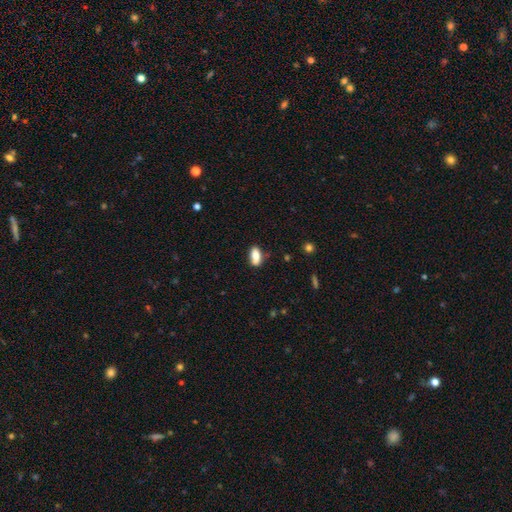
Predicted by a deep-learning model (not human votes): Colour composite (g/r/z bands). It shows a smooth galaxy with no disk features (79%) that is in between round and cigar-shaped (86%). Merging: none (73%).